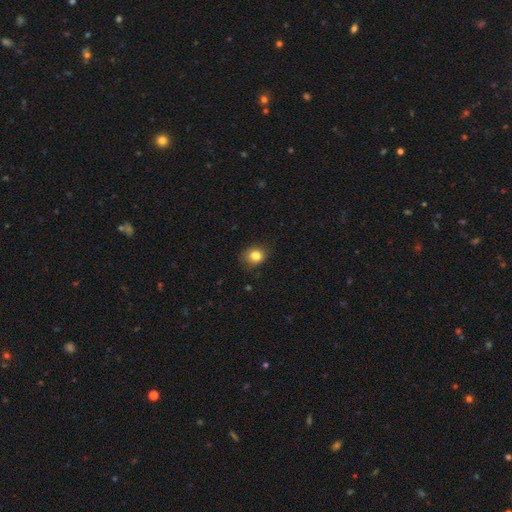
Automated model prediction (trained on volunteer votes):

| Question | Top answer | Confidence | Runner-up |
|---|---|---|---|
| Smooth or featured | smooth | 83% | star or artifact (11%) |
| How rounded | round | 65% | in between (34%) |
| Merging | none | 79% | minor disturbance (16%) |